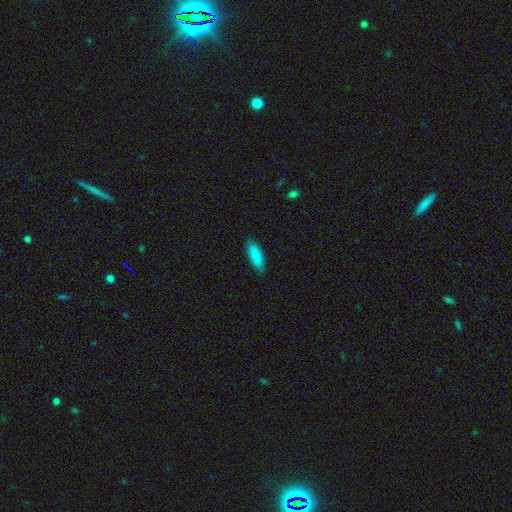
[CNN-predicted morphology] A smooth galaxy with no disk features (86%) that is in between round and cigar-shaped (64%).

Vote fractions:
- Smooth or featured? smooth: 86% / featured or disk: 8% / star or artifact: 6%
- How rounded? in between: 64% / cigar-shaped: 34% / round: 2%
- Merging? none: 87% / minor disturbance: 10% / major disturbance: 2% / merger: 1%